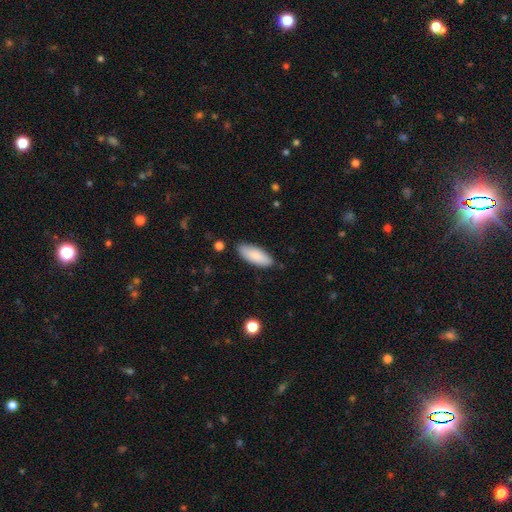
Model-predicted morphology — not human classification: Smooth or featured?
  - smooth: 85% *
  - featured or disk: 9%
  - star or artifact: 6%
How rounded?
  - in between: 76% *
  - cigar-shaped: 23%
  - round: 2%
Merging?
  - none: 85% *
  - minor disturbance: 12%
  - major disturbance: 2%
  - merger: 2%